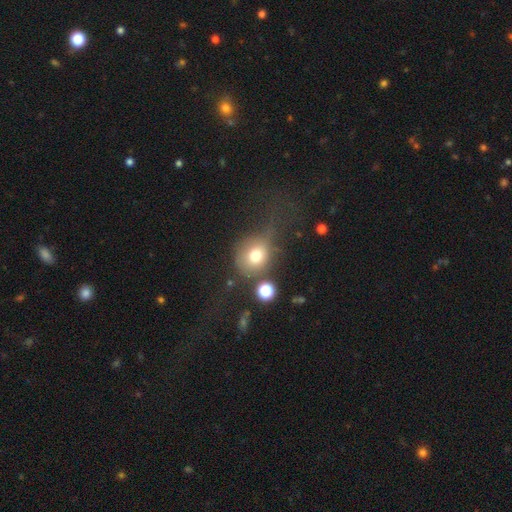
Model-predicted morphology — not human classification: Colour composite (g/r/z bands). It shows a smooth galaxy with no disk features (73%) that is round (73%). Merging: none (41%).